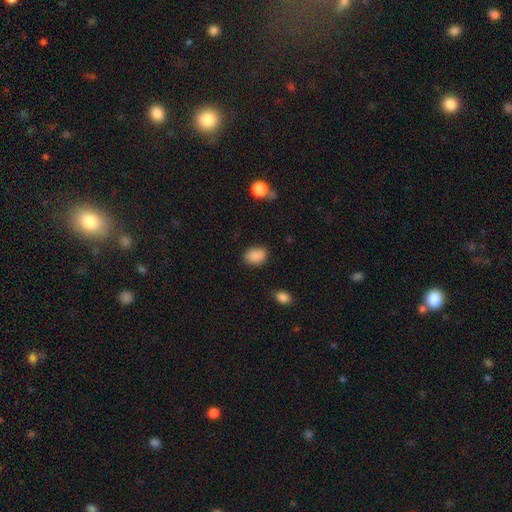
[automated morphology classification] Smooth or featured?
  - smooth: 88% *
  - star or artifact: 8%
  - featured or disk: 4%
How rounded?
  - in between: 71% *
  - round: 27%
  - cigar-shaped: 1%
Merging?
  - none: 80% *
  - minor disturbance: 15%
  - major disturbance: 4%
  - merger: 2%